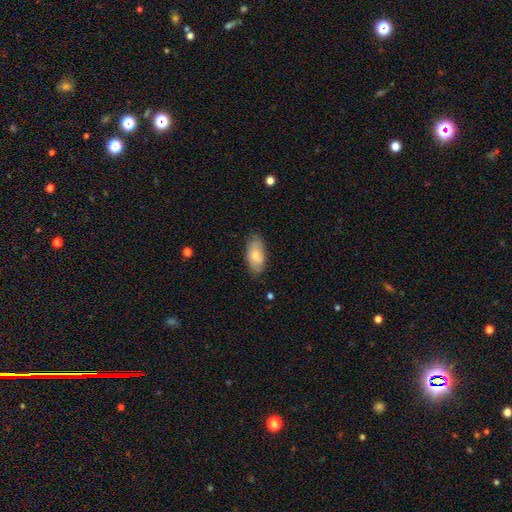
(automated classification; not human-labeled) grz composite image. It shows a smooth galaxy with no disk features (65%) that is in between round and cigar-shaped (92%). Merging: none (76%).